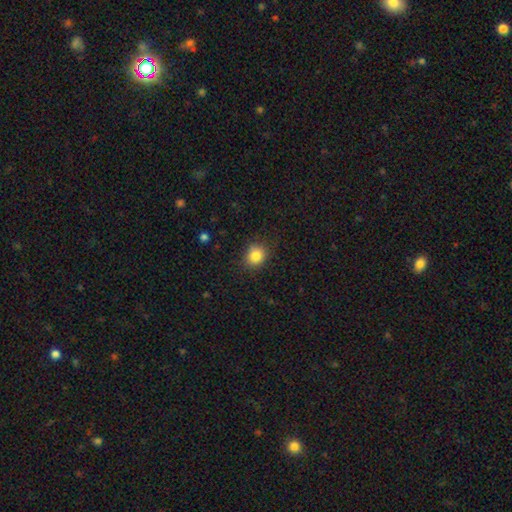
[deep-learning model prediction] Morphology: type=smooth (84%); roundness=round (67%); merging=none (84%).